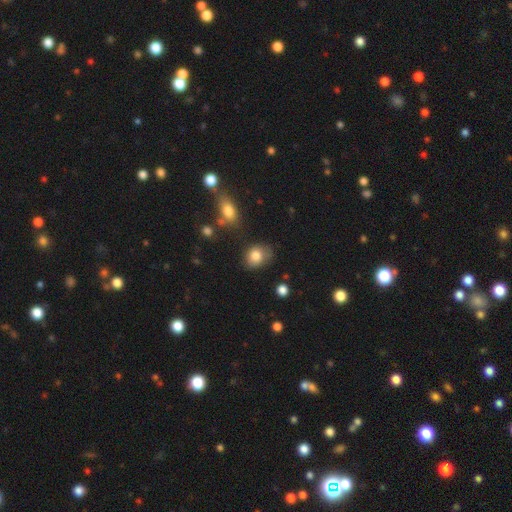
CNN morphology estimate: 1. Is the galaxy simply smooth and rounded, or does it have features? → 82% smooth, 9% star or artifact, 9% featured or disk.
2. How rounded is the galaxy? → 50% round, 49% in between, 1% cigar-shaped.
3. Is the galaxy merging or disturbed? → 59% none, 27% minor disturbance, 9% major disturbance, 5% merger.